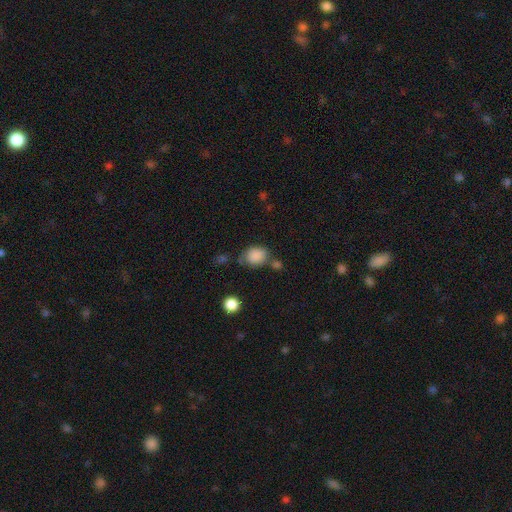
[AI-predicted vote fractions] smooth 86%, star or artifact 9%, featured or disk 5%. Down the decision tree: how rounded — round (51%); merging — none (59%).